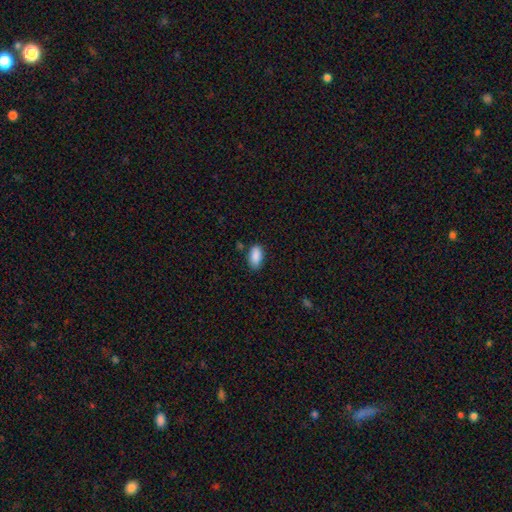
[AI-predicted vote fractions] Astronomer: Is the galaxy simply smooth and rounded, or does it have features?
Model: smooth — 89%.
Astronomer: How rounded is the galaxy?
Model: in between — 92%.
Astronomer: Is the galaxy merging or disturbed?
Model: none — 81%.